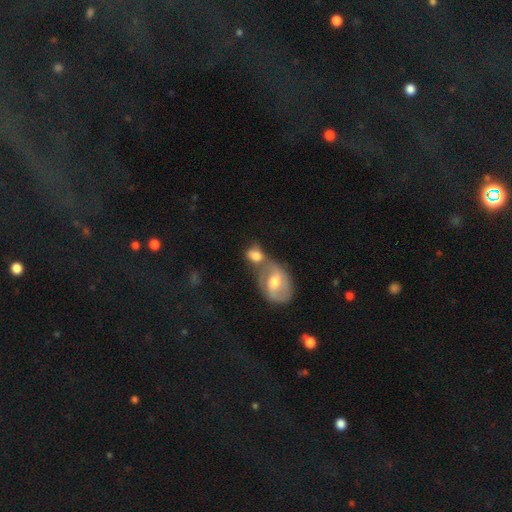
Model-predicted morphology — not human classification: Q: Smooth or featured?
A: smooth (54%); runner-up: featured or disk (38%)
Q: How rounded?
A: in between (73%); runner-up: round (24%)
Q: Merging?
A: merger (60%); runner-up: none (24%)